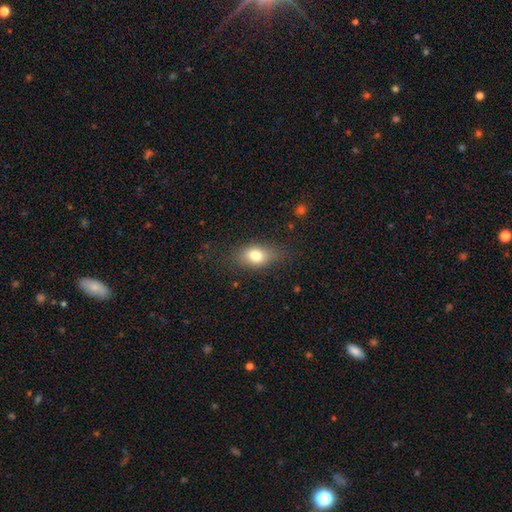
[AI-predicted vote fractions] This appears to be a smooth galaxy with no disk features (77%) that is in between round and cigar-shaped (78%). Merging: none (73%).